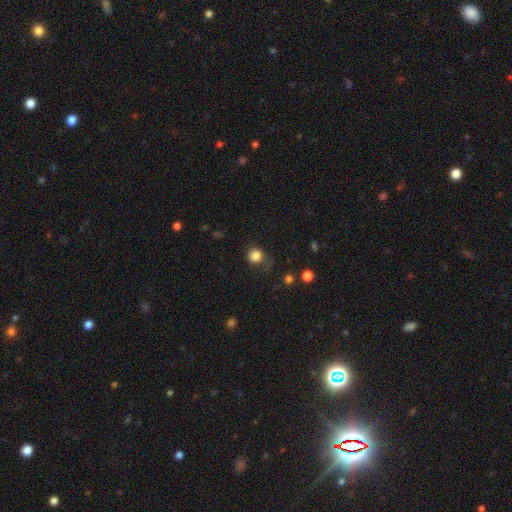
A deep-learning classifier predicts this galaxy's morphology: Q: Smooth or featured?
A: smooth (84%); runner-up: star or artifact (11%)
Q: How rounded?
A: round (82%); runner-up: in between (17%)
Q: Merging?
A: none (62%); runner-up: minor disturbance (22%)